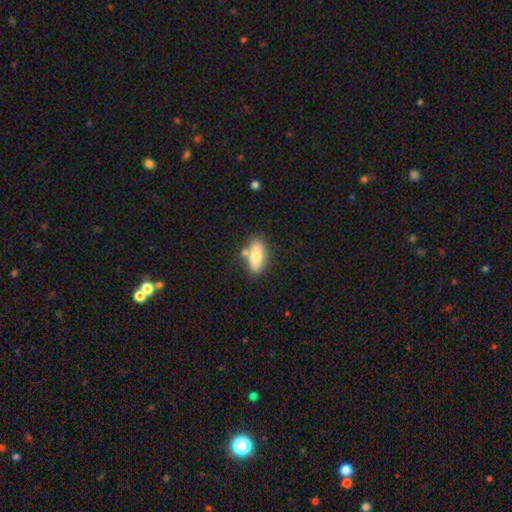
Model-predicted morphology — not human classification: A smooth galaxy with no disk features (78%) that is in between round and cigar-shaped (81%). Merging: none (72%).